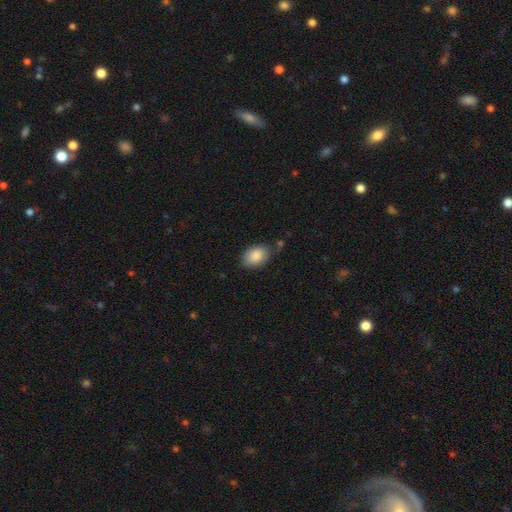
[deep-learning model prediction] smooth-or-featured: smooth: 87% | star or artifact: 6% | featured or disk: 6%
  how-rounded: in between: 86% | round: 13% | cigar-shaped: 1%
  merging: none: 72% | minor disturbance: 19% | major disturbance: 4% | merger: 4%